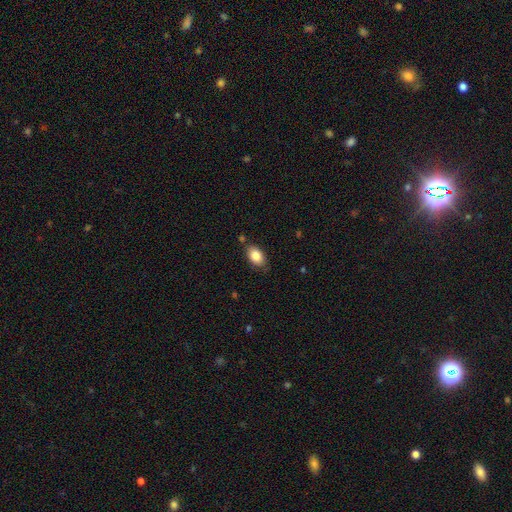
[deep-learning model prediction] Smooth or featured? smooth (84%)
How rounded? in between (89%)
Merging? none (77%)